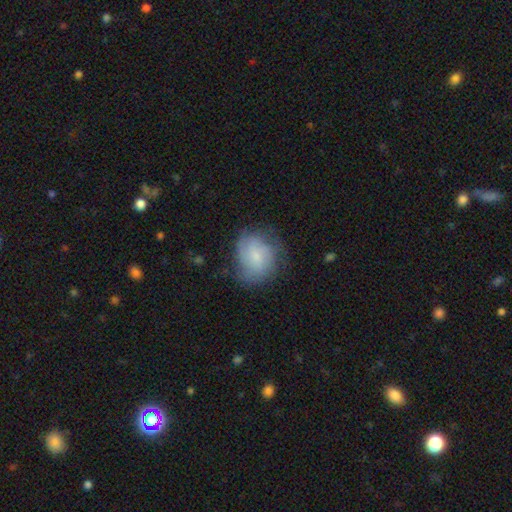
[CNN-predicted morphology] smooth 57%, featured or disk 35%, star or artifact 8%. Down the decision tree: how rounded — round (62%); merging — none (62%).